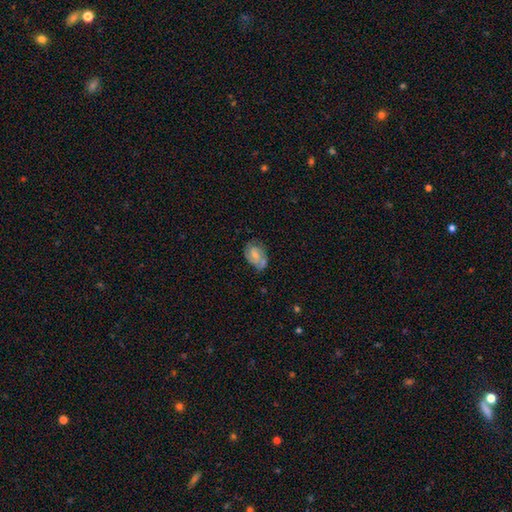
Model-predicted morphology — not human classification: This appears to be a featured or disk galaxy (58%) with no bar (49%), spiral arms (85%) and a small central bulge (42%). Merging: none (56%).